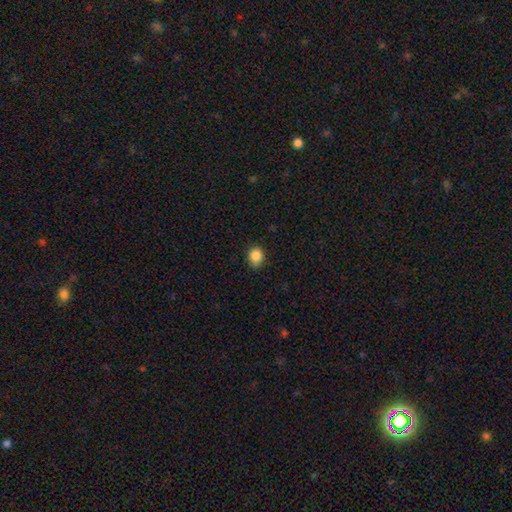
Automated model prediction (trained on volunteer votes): The model was most divided on "how rounded": round: 63%, in between: 36%, cigar-shaped: 1%. More confident: smooth or featured — smooth (86%); merging — none (77%).